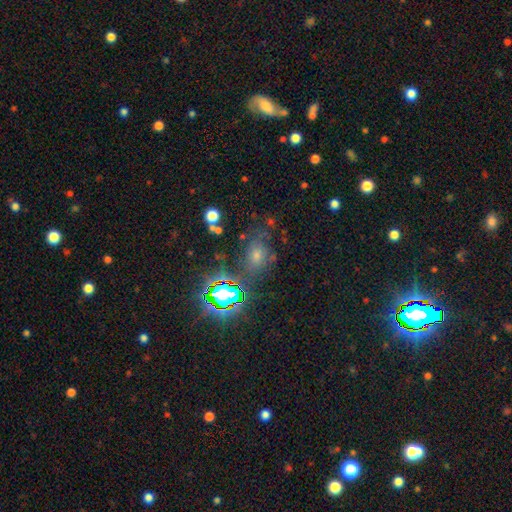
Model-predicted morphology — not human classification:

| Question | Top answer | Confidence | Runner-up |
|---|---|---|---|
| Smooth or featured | star or artifact | 44% | smooth (36%) |